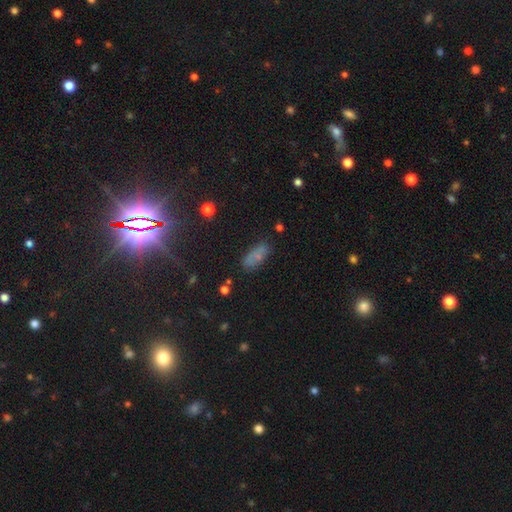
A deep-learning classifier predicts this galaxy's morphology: smooth_or_featured: smooth (p=0.68) [alt: star or artifact p=0.17]
how_rounded: in between (p=0.72) [alt: cigar-shaped p=0.23]
merging: none (p=0.72) [alt: minor disturbance p=0.17]